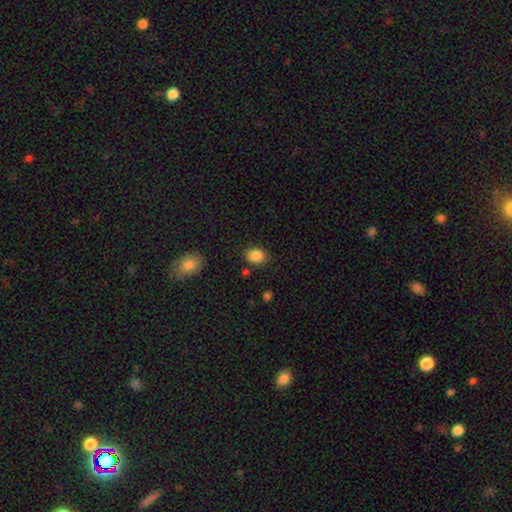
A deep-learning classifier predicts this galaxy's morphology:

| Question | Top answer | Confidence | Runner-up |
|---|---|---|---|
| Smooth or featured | smooth | 87% | star or artifact (9%) |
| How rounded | in between | 55% | round (44%) |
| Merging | none | 81% | minor disturbance (12%) |